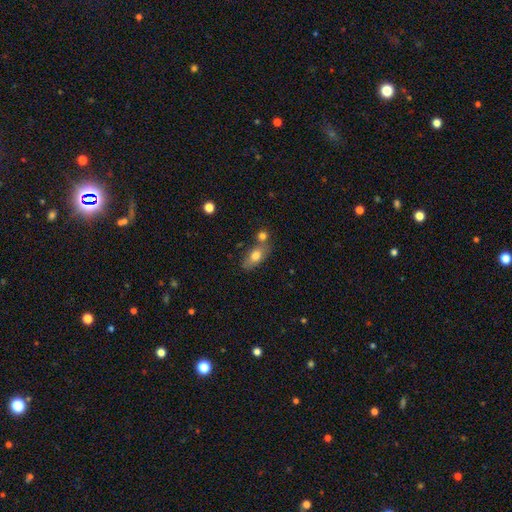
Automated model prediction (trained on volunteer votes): smooth_or_featured: smooth (p=0.73) [alt: featured or disk p=0.19]
how_rounded: in between (p=0.82) [alt: cigar-shaped p=0.10]
merging: none (p=0.55) [alt: merger p=0.26]